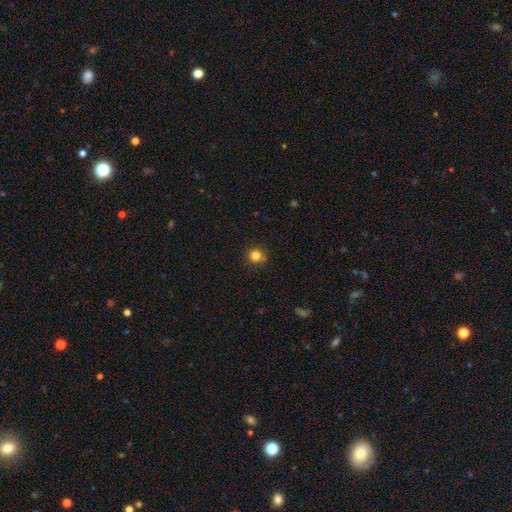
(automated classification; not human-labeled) The model was most divided on "smooth or featured": smooth: 82%, star or artifact: 13%, featured or disk: 5%. More confident: how rounded — round (91%); merging — none (85%).